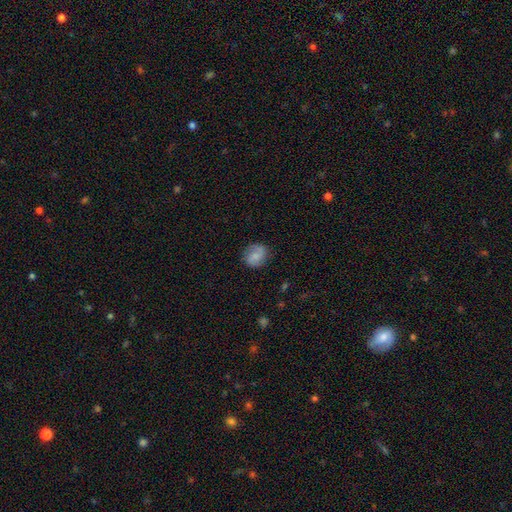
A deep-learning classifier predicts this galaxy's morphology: This is likely a smooth galaxy (60%). How rounded: likely round (72%). Merging: likely none (76%).